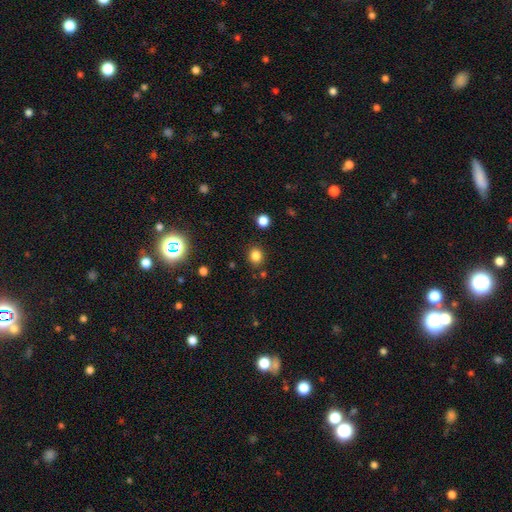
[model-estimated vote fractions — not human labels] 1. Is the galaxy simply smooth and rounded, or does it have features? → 82% smooth, 14% star or artifact, 5% featured or disk.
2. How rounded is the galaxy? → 81% round, 18% in between, 1% cigar-shaped.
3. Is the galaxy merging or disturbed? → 87% none, 7% minor disturbance, 3% merger, 3% major disturbance.